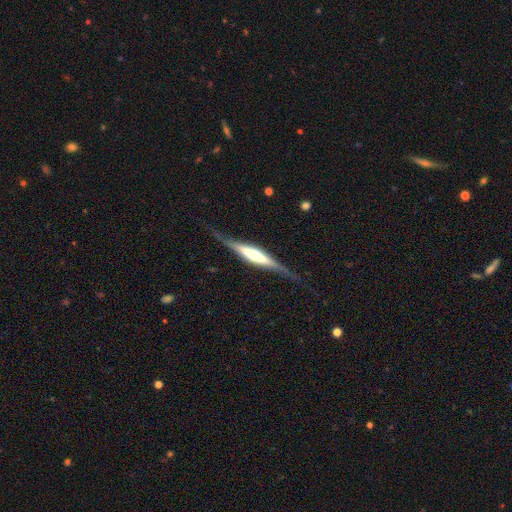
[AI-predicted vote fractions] This appears to be a featured or disk galaxy (76%) viewed edge-on (93%) with a rounded central bulge (53%). Merging: none (75%).